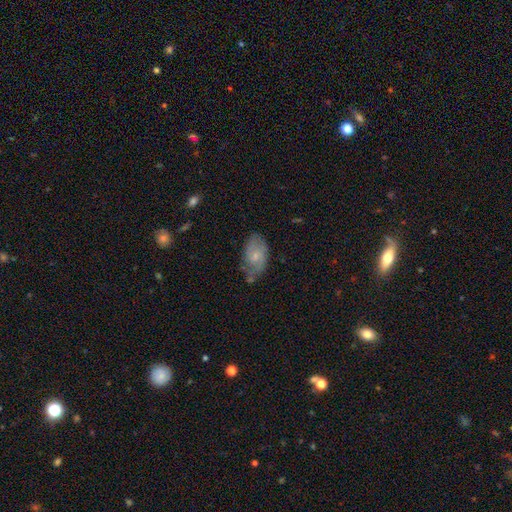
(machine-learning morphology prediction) Smooth or featured: featured or disk — 54% (smooth — 39%)
Edge-on disk: no — 95% (yes — 5%)
Bar: no — 64% (weak — 31%)
Spiral arms: yes — 80% (no — 20%)
Bulge size: small — 66% (moderate — 26%)
Merging: none — 61% (minor disturbance — 27%)